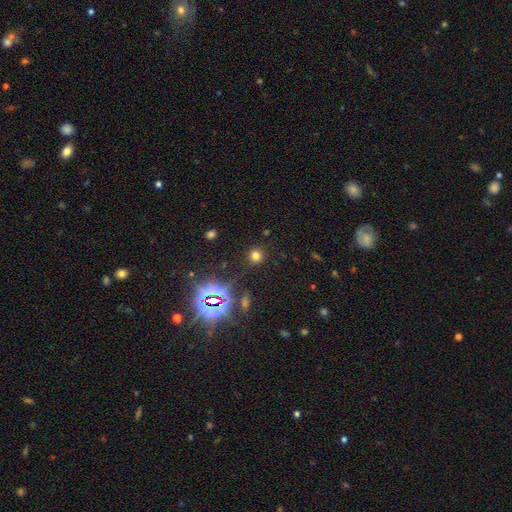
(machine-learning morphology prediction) Smooth or featured? smooth (69%)
How rounded? round (91%)
Merging? none (86%)